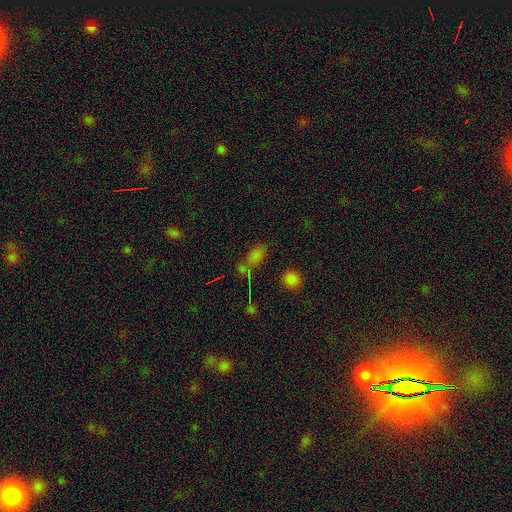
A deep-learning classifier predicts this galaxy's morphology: Smooth or featured?
  - smooth: 60% *
  - star or artifact: 32%
  - featured or disk: 8%
How rounded?
  - in between: 79% *
  - round: 11%
  - cigar-shaped: 9%
Merging?
  - none: 56% *
  - merger: 20%
  - minor disturbance: 16%
  - major disturbance: 8%